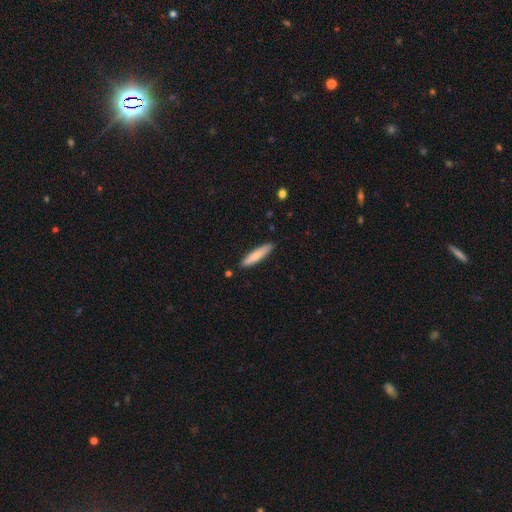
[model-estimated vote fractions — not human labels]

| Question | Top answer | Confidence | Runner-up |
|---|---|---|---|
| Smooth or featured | smooth | 79% | featured or disk (16%) |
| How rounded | cigar-shaped | 86% | in between (13%) |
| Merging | none | 87% | minor disturbance (9%) |